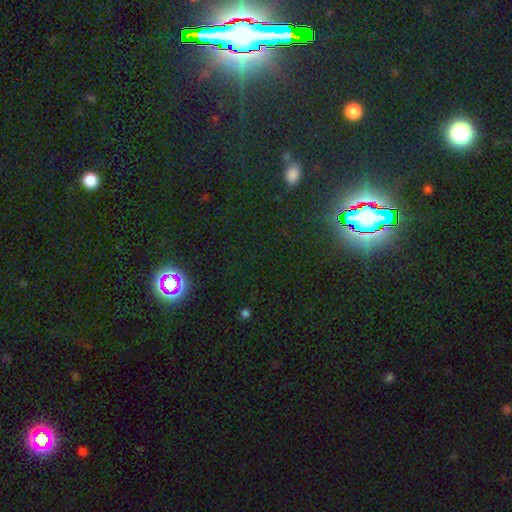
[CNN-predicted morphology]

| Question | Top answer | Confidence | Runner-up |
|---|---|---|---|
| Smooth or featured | star or artifact | 77% | smooth (14%) |